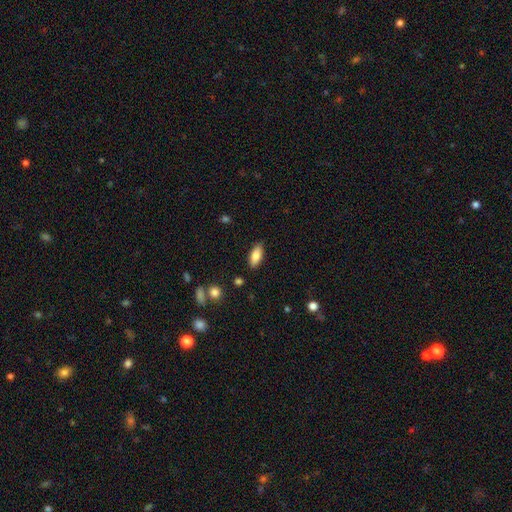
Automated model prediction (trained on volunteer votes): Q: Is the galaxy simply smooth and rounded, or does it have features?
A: smooth — 81%.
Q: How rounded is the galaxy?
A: in between — 84%.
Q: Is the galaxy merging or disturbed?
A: none — 86%.